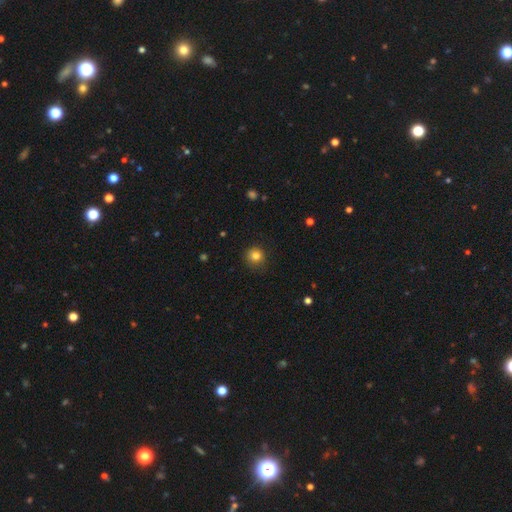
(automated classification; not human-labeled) Smooth or featured?
  - smooth: 83% *
  - star or artifact: 12%
  - featured or disk: 5%
How rounded?
  - round: 93% *
  - in between: 6%
  - cigar-shaped: 1%
Merging?
  - none: 85% *
  - minor disturbance: 11%
  - major disturbance: 3%
  - merger: 1%